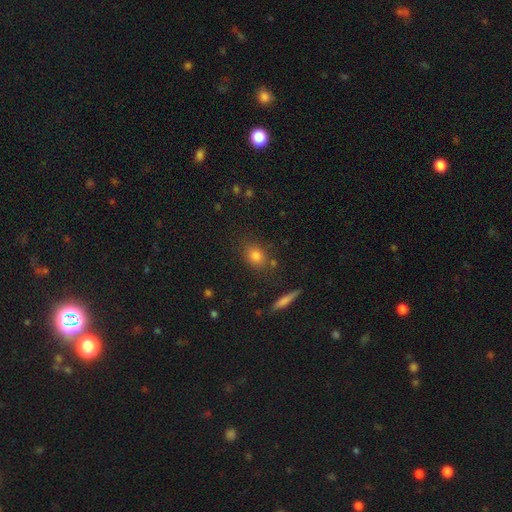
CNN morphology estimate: Smooth or featured?
  - smooth: 79% *
  - star or artifact: 12%
  - featured or disk: 9%
How rounded?
  - round: 49% *
  - in between: 47%
  - cigar-shaped: 4%
Merging?
  - none: 77% *
  - minor disturbance: 12%
  - merger: 7%
  - major disturbance: 4%